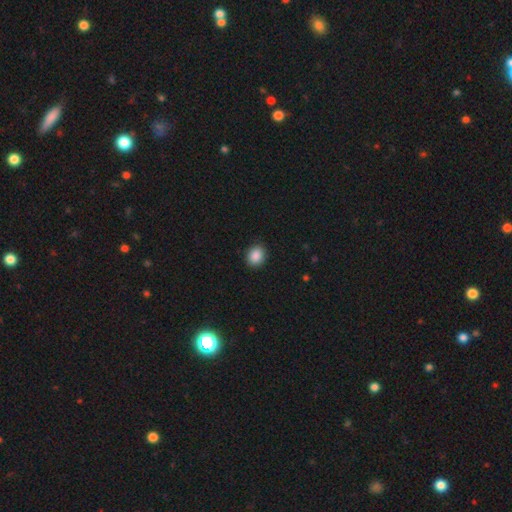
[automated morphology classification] Overall: smooth (89%). How rounded: round (58%; in between 41%). Merging: none (89%).